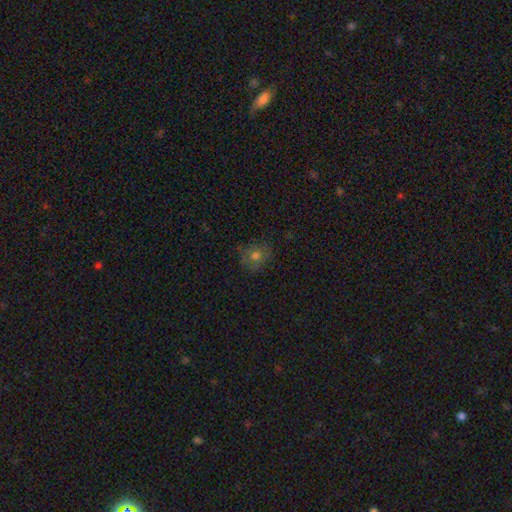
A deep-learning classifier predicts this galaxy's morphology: type=smooth (65%); roundness=round (78%); merging=none (77%).